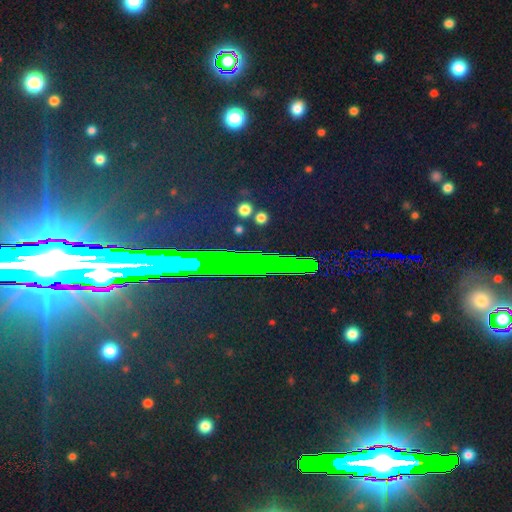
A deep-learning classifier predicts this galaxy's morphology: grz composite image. It shows a star or artifact, not a galaxy (84%).